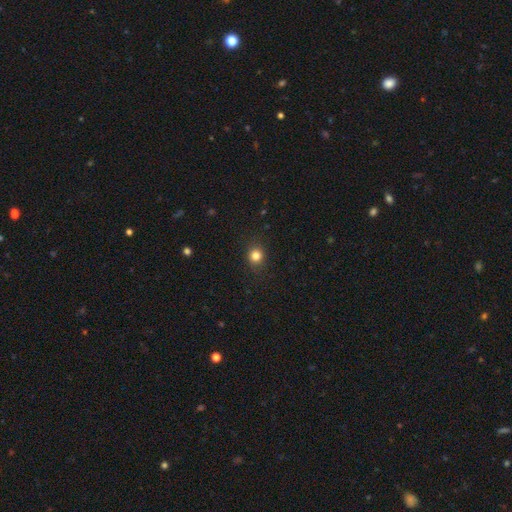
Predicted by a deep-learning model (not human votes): Smooth or featured?
  - smooth: 82% *
  - star or artifact: 13%
  - featured or disk: 5%
How rounded?
  - round: 82% *
  - in between: 17%
  - cigar-shaped: 1%
Merging?
  - none: 89% *
  - minor disturbance: 8%
  - major disturbance: 3%
  - merger: 1%